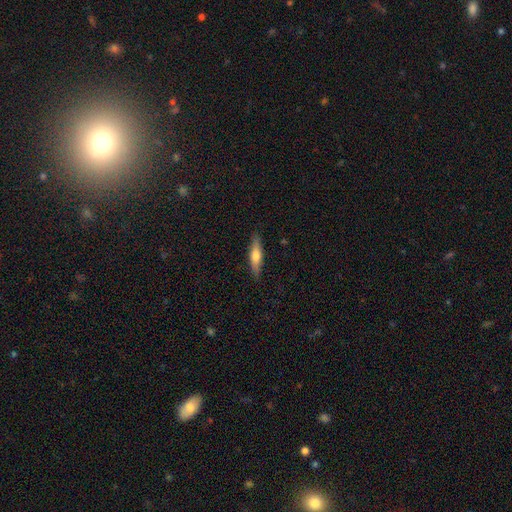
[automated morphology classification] Smooth or featured: smooth — 54% (featured or disk — 40%)
How rounded: cigar-shaped — 76% (in between — 22%)
Merging: none — 88% (minor disturbance — 9%)